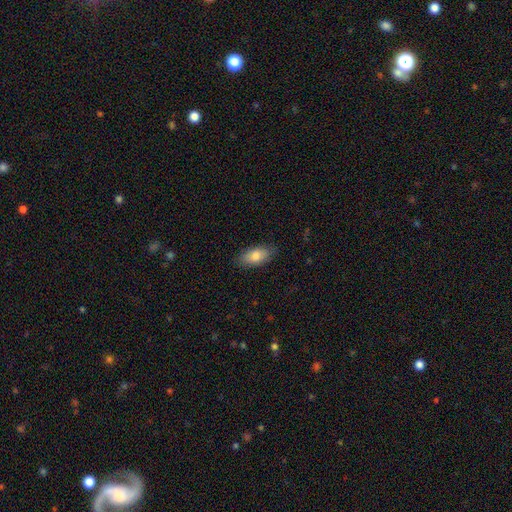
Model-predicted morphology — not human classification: type=smooth (80%); roundness=in between (90%); merging=none (85%).